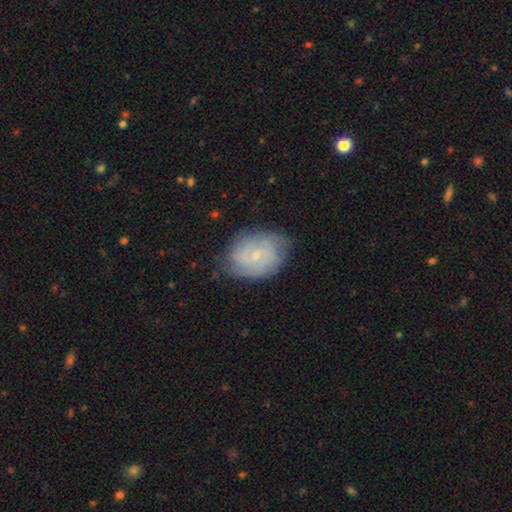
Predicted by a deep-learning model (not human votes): featured or disk 61%, smooth 31%, star or artifact 8%. Down the decision tree: edge-on disk — no (97%); bar — no (67%); spiral arms — yes (86%); spiral arm count — can't tell (44%); spiral winding — tight (56%); bulge size — small (79%); merging — none (74%).